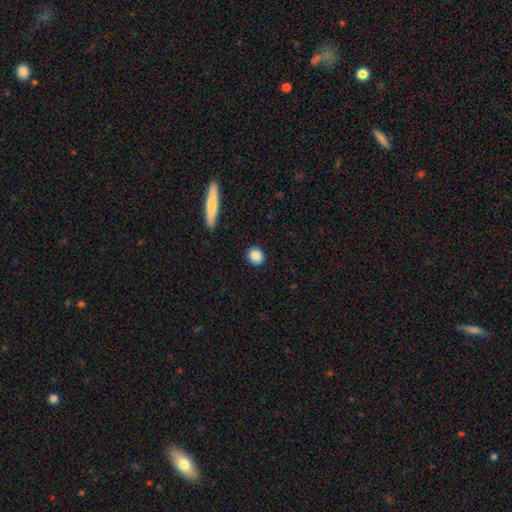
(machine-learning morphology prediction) A smooth galaxy with no disk features (87%) that is round (78%). Merging: none (89%).